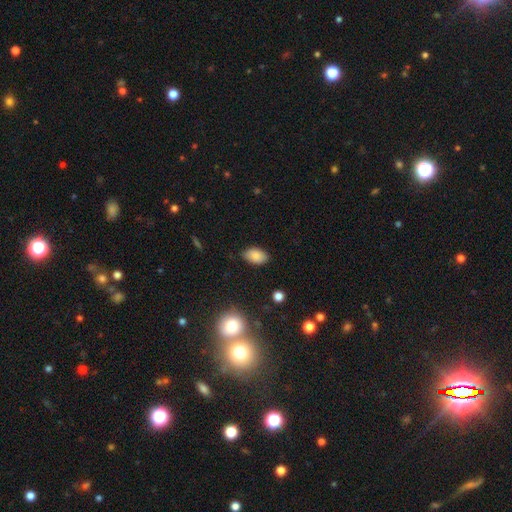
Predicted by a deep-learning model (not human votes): Morphology: type=smooth (85%); roundness=in between (91%); merging=none (82%).